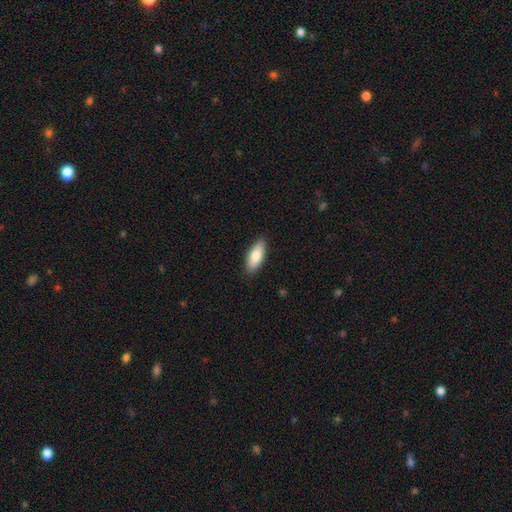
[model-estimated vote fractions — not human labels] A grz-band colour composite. It shows a smooth galaxy with no disk features (80%) that is in between round and cigar-shaped (76%). Merging: none (88%).